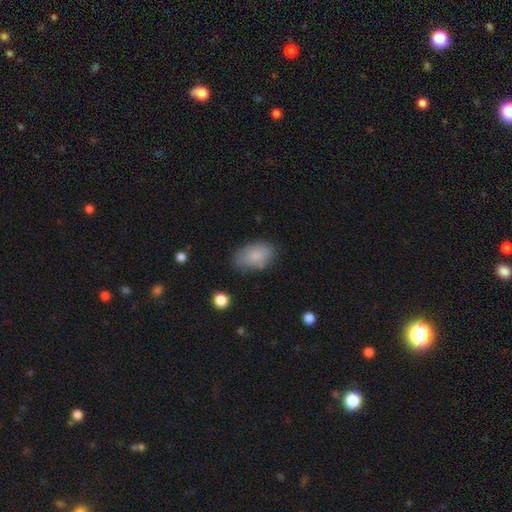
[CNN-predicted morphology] Overall: smooth (84%). How rounded: in between (92%). Merging: none (75%).